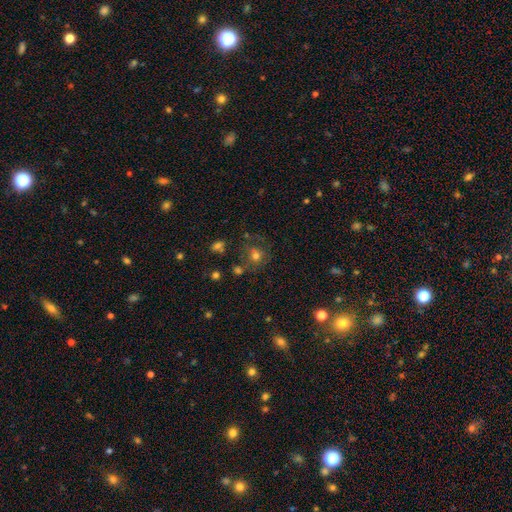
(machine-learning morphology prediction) smooth-or-featured: smooth: 64% | featured or disk: 18% | star or artifact: 17%
  how-rounded: round: 83% | in between: 16% | cigar-shaped: 1%
  merging: none: 59% | minor disturbance: 17% | major disturbance: 13% | merger: 10%